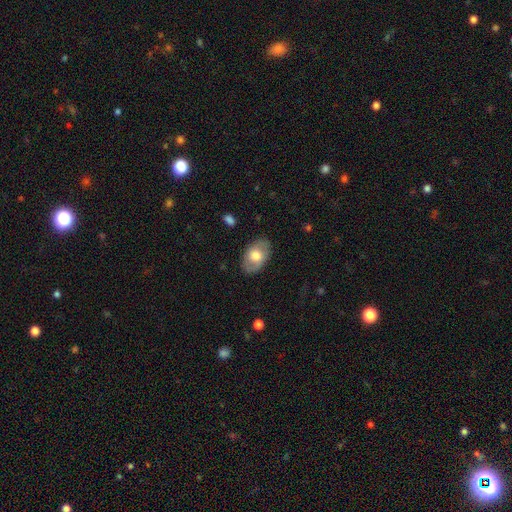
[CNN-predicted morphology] smooth-or-featured: smooth: 61% | featured or disk: 33% | star or artifact: 6%
  how-rounded: in between: 89% | round: 10% | cigar-shaped: 1%
  merging: none: 83% | minor disturbance: 12% | major disturbance: 3% | merger: 1%